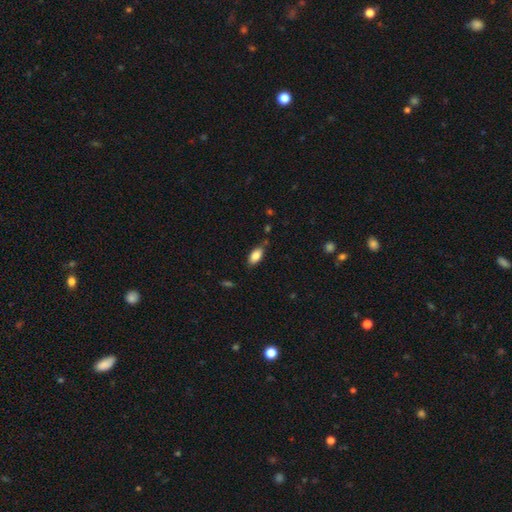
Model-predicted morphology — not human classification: A smooth galaxy with no disk features (85%) that is in between round and cigar-shaped (89%).

Vote fractions:
- Smooth or featured? smooth: 85% / featured or disk: 8% / star or artifact: 7%
- How rounded? in between: 89% / cigar-shaped: 8% / round: 3%
- Merging? none: 76% / minor disturbance: 18% / major disturbance: 3% / merger: 3%